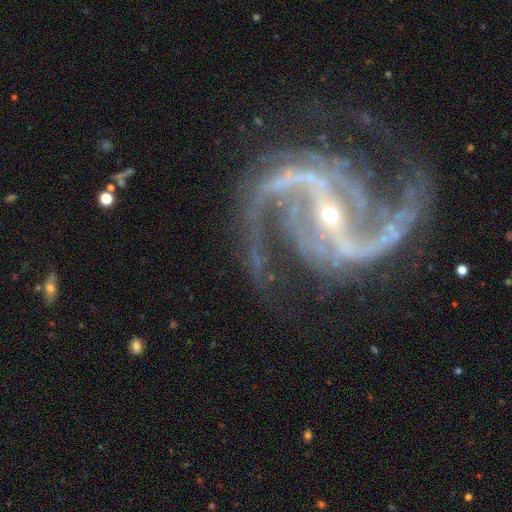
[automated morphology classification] Overall: featured or disk (94%). Edge-on disk: no (98%). Bar: strong (69%). Spiral arms: yes (99%). Spiral arm count: 2 (85%). Spiral winding: medium (54%; loose 32%). Bulge size: small (79%). Merging: none (72%).